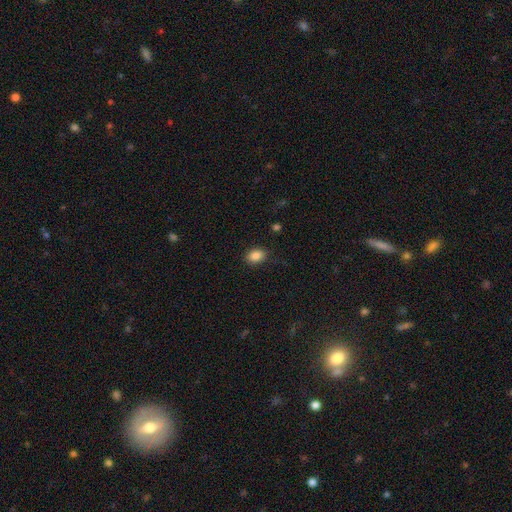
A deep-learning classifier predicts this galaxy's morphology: This is clearly a smooth galaxy (86%). How rounded: likely in between (75%). Merging: clearly none (86%).